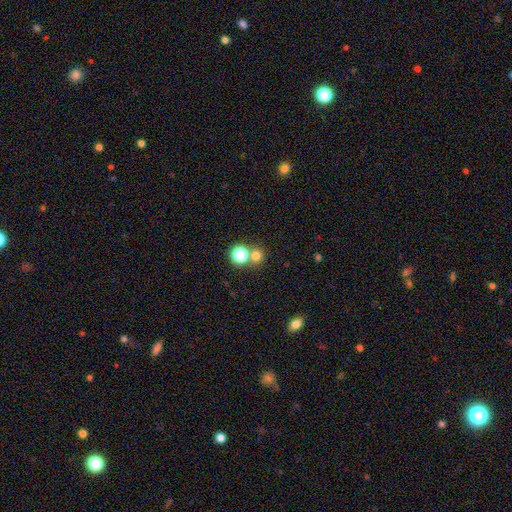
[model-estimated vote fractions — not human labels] Smooth or featured?
  - smooth: 71% *
  - star or artifact: 21%
  - featured or disk: 8%
How rounded?
  - round: 87% *
  - in between: 12%
  - cigar-shaped: 1%
Merging?
  - none: 58% *
  - merger: 33%
  - minor disturbance: 6%
  - major disturbance: 3%